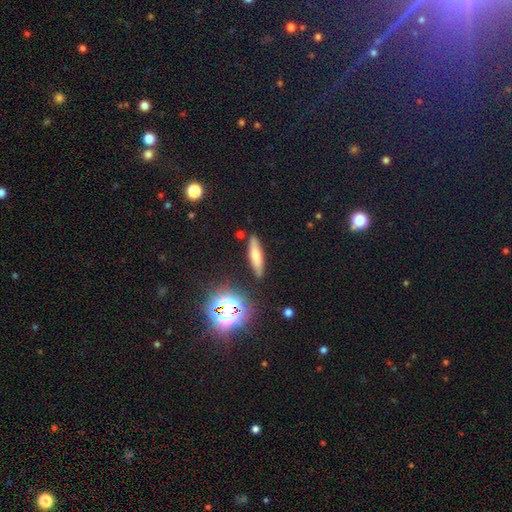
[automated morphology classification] Smooth or featured? Predicted: smooth (p=0.61). How rounded? Predicted: cigar-shaped (p=0.72). Merging? Predicted: none (p=0.84).